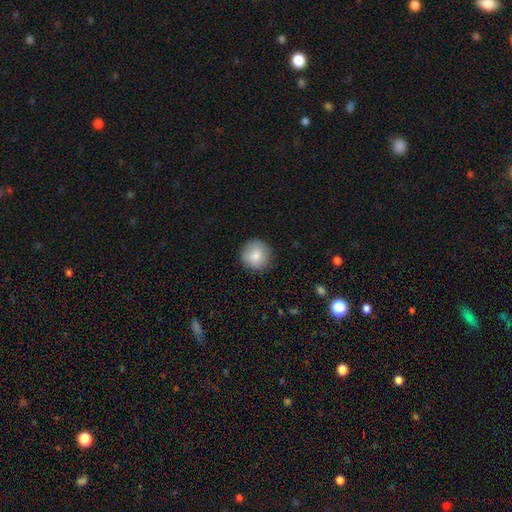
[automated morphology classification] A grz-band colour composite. It shows a smooth galaxy with no disk features (83%) that is round (94%). Merging: none (87%).